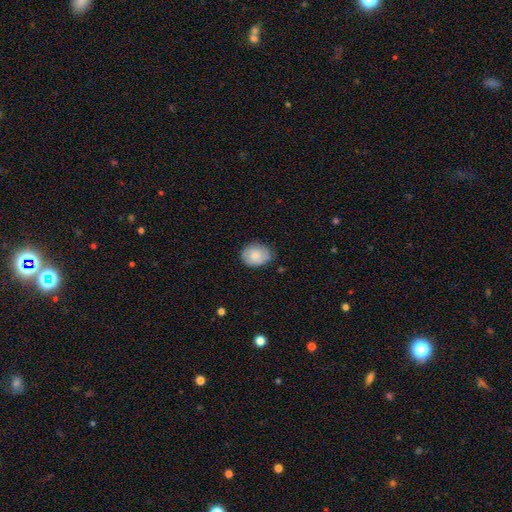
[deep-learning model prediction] A smooth galaxy with no disk features (80%) that is round (52%). Merging: none (76%).